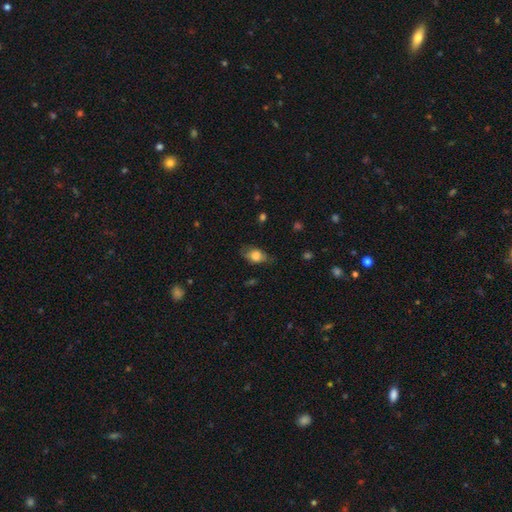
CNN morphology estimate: A smooth galaxy with no disk features (75%) that is in between round and cigar-shaped (80%). Merging: none (63%).